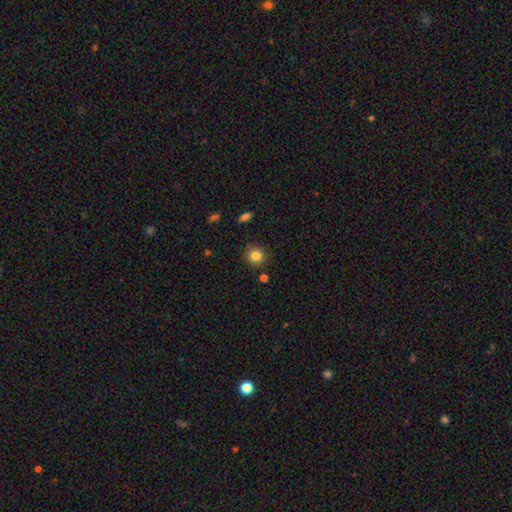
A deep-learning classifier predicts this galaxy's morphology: Smooth or featured? Predicted: smooth (p=0.83). How rounded? Predicted: round (p=0.90). Merging? Predicted: none (p=0.87).